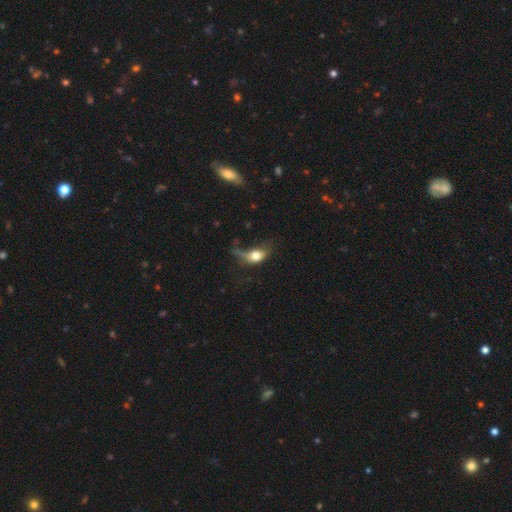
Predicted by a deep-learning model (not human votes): Smooth or featured? smooth (66%)
How rounded? in between (72%)
Merging? major disturbance (47%)